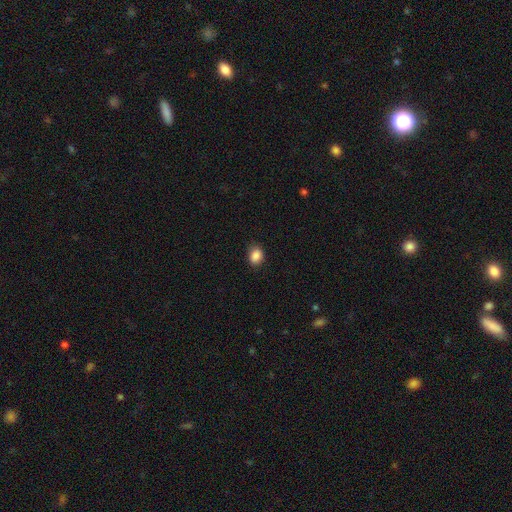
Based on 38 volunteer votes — Smooth or featured: smooth — 84% (featured or disk — 8%)
How rounded: in between — 66% (round — 34%)
Merging: none — 80% (minor disturbance — 17%)